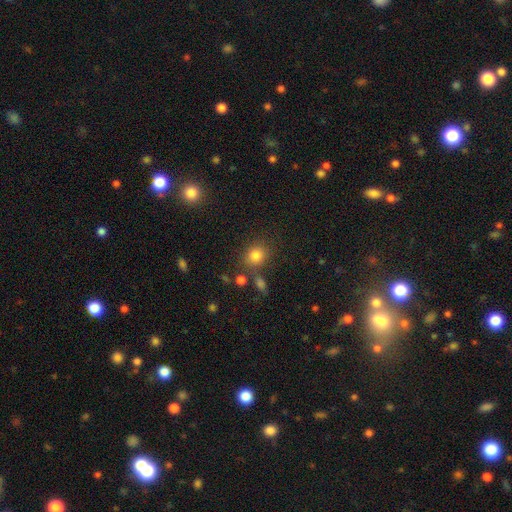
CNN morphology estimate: Smooth or featured? Predicted: smooth (p=0.82). How rounded? Predicted: round (p=0.74). Merging? Predicted: none (p=0.74).